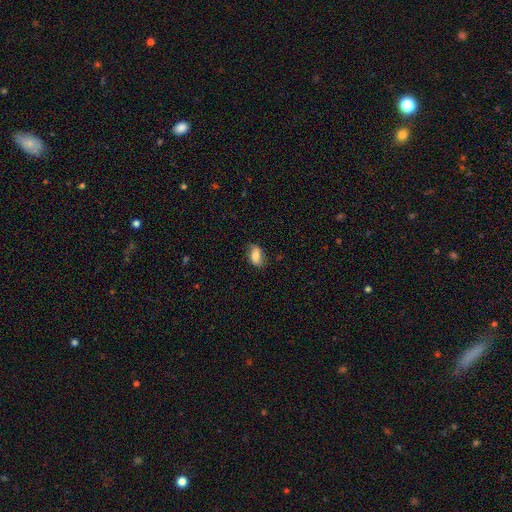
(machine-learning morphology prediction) A smooth galaxy with no disk features (70%) that is in between round and cigar-shaped (87%). Merging: none (72%).